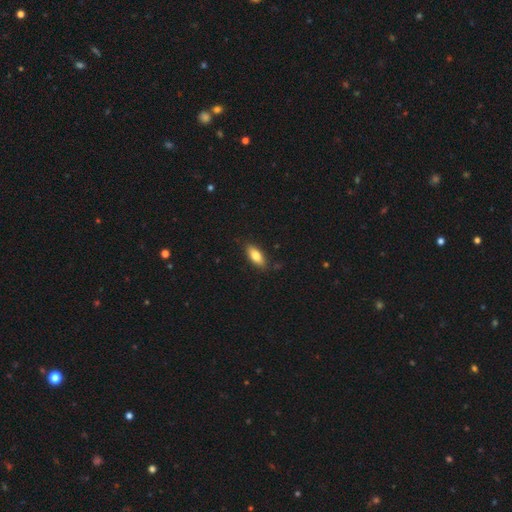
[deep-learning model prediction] Smooth or featured: smooth — 79% (featured or disk — 15%)
How rounded: in between — 79% (cigar-shaped — 18%)
Merging: none — 84% (minor disturbance — 12%)